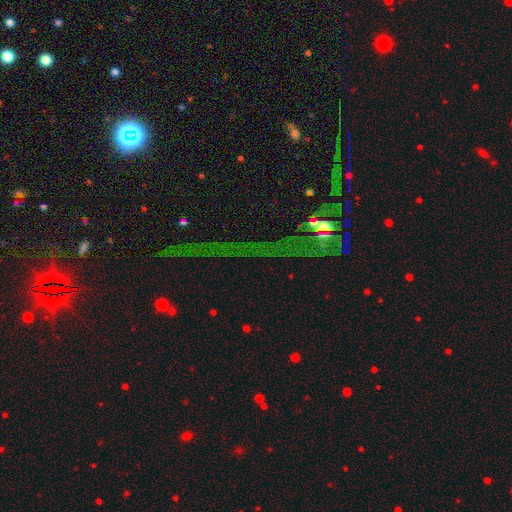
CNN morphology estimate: The model was most divided on "smooth or featured": star or artifact: 75%, smooth: 13%, featured or disk: 12%.